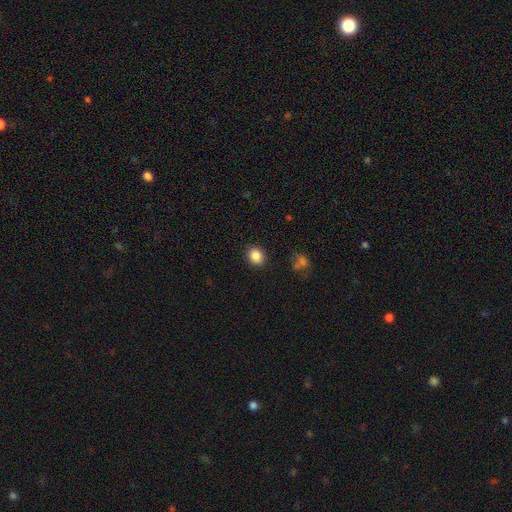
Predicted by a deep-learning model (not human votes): A smooth galaxy with no disk features (86%) that is round (73%).

Vote fractions:
- Smooth or featured? smooth: 86% / star or artifact: 10% / featured or disk: 4%
- How rounded? round: 73% / in between: 26% / cigar-shaped: 1%
- Merging? none: 89% / minor disturbance: 7% / major disturbance: 2% / merger: 1%